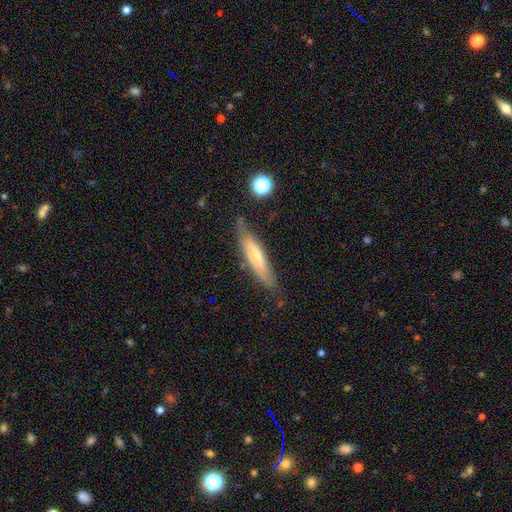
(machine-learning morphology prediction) This appears to be a smooth galaxy with no disk features (47%). Merging: none (73%).